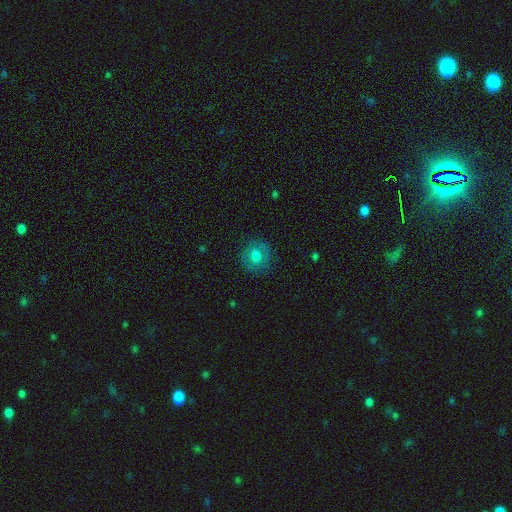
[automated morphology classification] Smooth or featured? Predicted: smooth (p=0.69). How rounded? Predicted: round (p=0.84). Merging? Predicted: none (p=0.84).